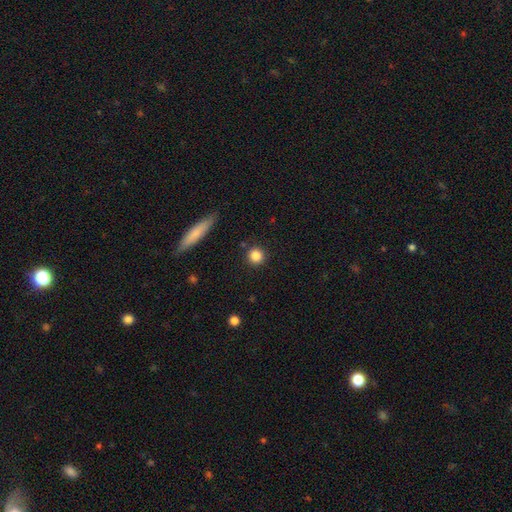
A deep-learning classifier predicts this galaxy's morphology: A smooth galaxy with no disk features (84%) that is round (93%). Merging: none (90%).